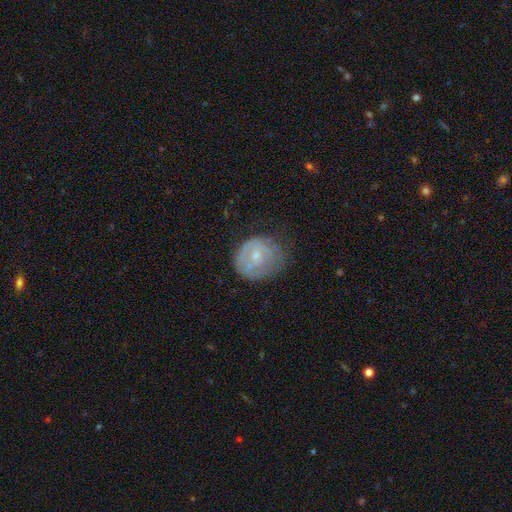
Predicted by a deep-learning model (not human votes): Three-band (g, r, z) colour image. It shows a featured or disk galaxy (52%) with no bar (74%), spiral arms (57%) and a small central bulge (69%). Merging: none (51%).